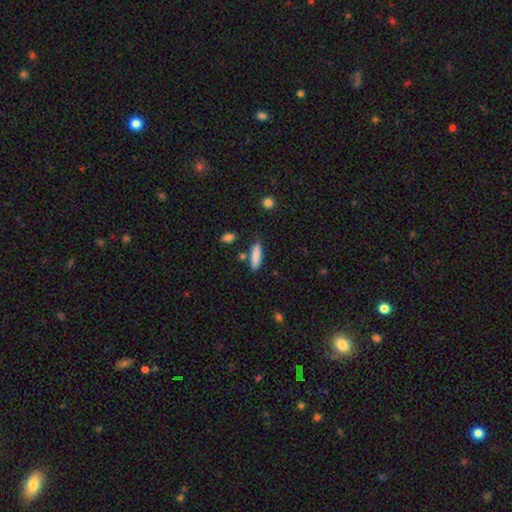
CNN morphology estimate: This appears to be a smooth galaxy with no disk features (85%) that is cigar-shaped (71%). Merging: none (79%).